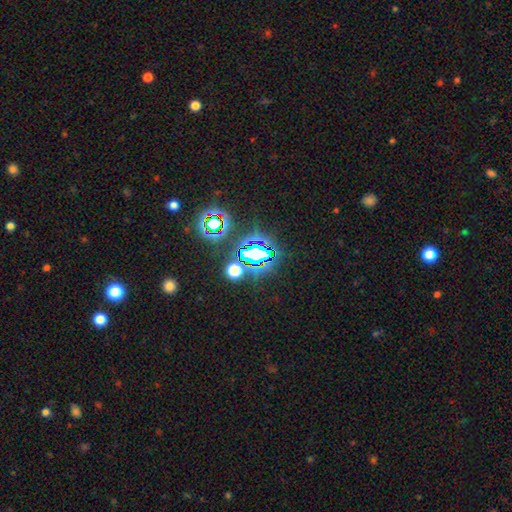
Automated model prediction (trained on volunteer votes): Q: Smooth or featured?
A: star or artifact (78%); runner-up: smooth (14%)